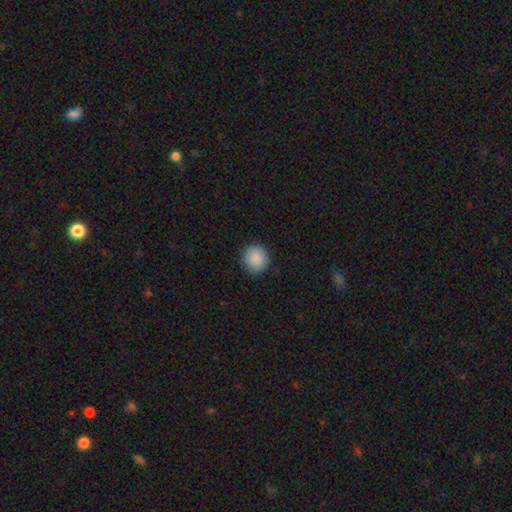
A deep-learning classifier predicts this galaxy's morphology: type=smooth (89%); roundness=round (90%); merging=none (90%).